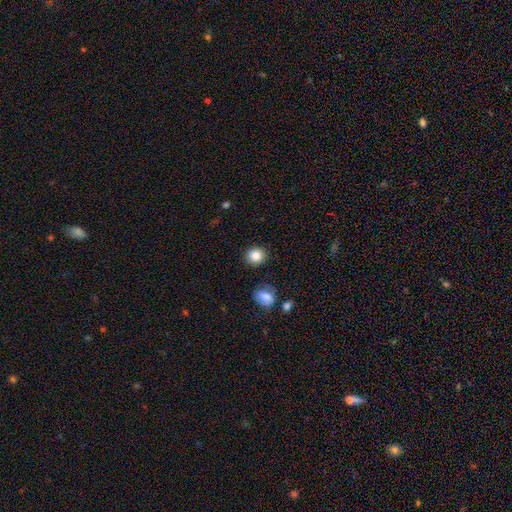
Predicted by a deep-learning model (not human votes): Morphology: type=smooth (86%); roundness=round (85%); merging=none (88%).